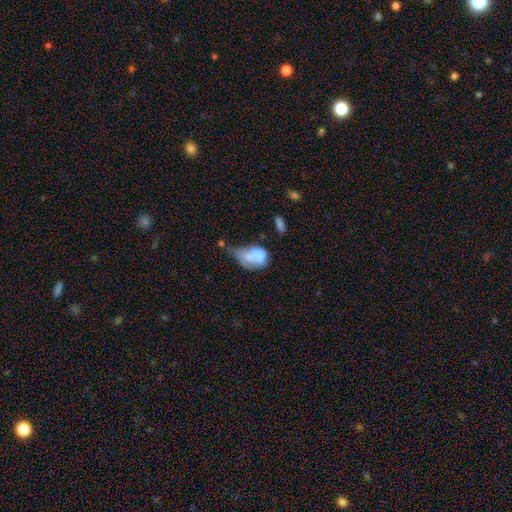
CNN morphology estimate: This is likely a smooth galaxy (61%). How rounded: likely in between (78%). Merging: marginally merger (32%).